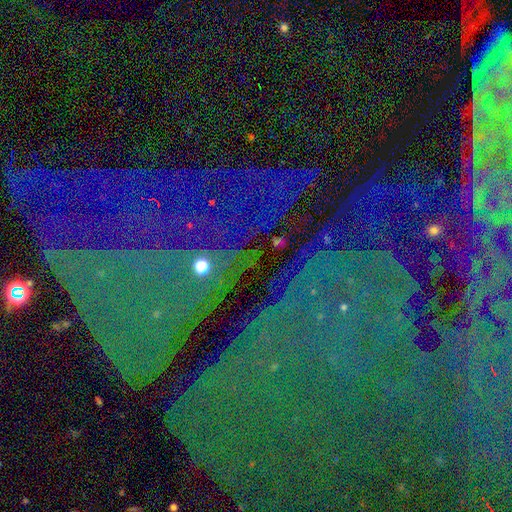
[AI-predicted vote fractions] smooth_or_featured: star or artifact (p=0.81) [alt: featured or disk p=0.10]